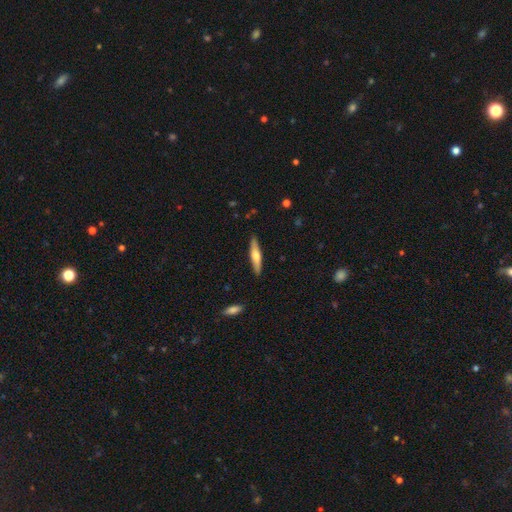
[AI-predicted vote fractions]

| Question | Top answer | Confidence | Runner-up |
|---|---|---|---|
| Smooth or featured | featured or disk | 48% | smooth (47%) |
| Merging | none | 90% | minor disturbance (8%) |